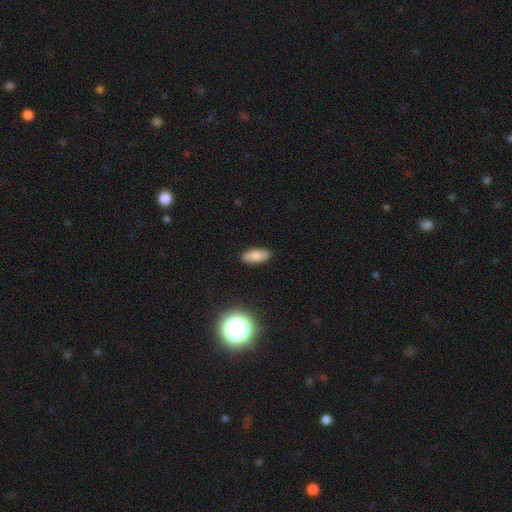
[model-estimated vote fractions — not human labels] This is likely a smooth galaxy (77%). How rounded: clearly in between (81%). Merging: clearly none (87%).